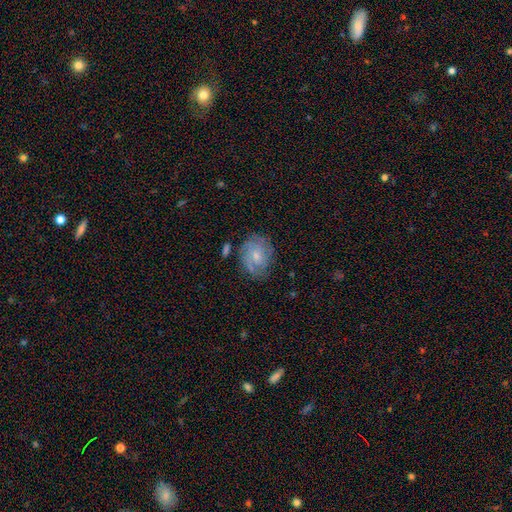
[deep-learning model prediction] A featured or disk galaxy (52%) with no bar (72%), spiral arms (76%) and a small central bulge (56%).

Vote fractions:
- Smooth or featured? featured or disk: 52% / smooth: 39% / star or artifact: 9%
- Edge-on disk? no: 97% / yes: 3%
- Bar? no: 72% / weak: 25% / strong: 3%
- Spiral arms? yes: 76% / no: 24%
- Bulge size? small: 56% / moderate: 37% / none: 4% / large: 2% / dominant: 1%
- Merging? none: 69% / minor disturbance: 20% / major disturbance: 7% / merger: 4%